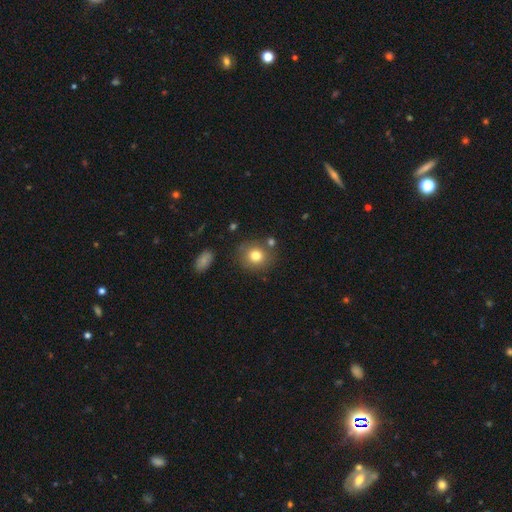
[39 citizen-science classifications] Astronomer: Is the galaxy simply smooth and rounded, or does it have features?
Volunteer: smooth — 72%.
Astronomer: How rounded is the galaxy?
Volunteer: round — 93%.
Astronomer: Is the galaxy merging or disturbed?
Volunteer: none — 82%.